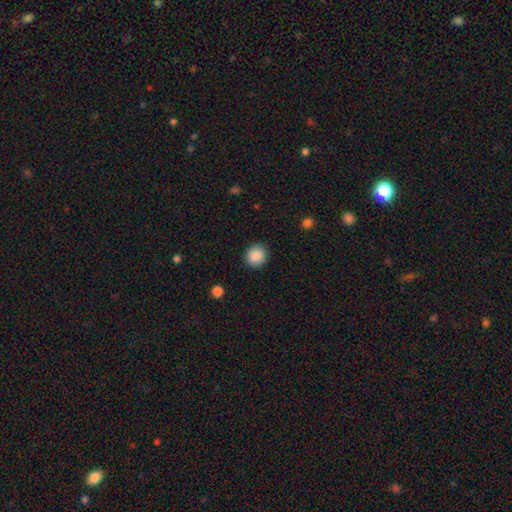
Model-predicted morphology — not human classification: Smooth or featured? smooth (89%)
How rounded? round (86%)
Merging? none (91%)